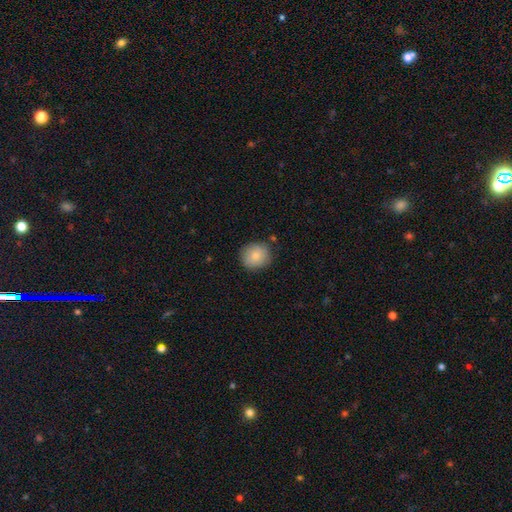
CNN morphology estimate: This is clearly a smooth galaxy (82%). How rounded: clearly round (87%). Merging: clearly none (82%).